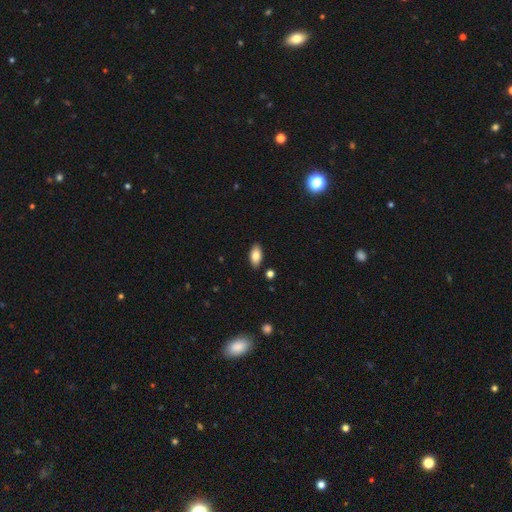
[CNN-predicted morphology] This is clearly a smooth galaxy (82%). How rounded: clearly in between (93%). Merging: clearly none (88%).